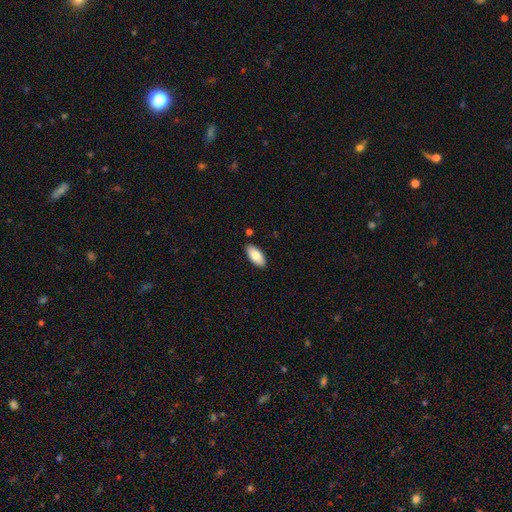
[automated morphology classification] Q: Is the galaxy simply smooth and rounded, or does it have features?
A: smooth — 83%.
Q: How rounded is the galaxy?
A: in between — 89%.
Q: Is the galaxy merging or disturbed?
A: none — 88%.